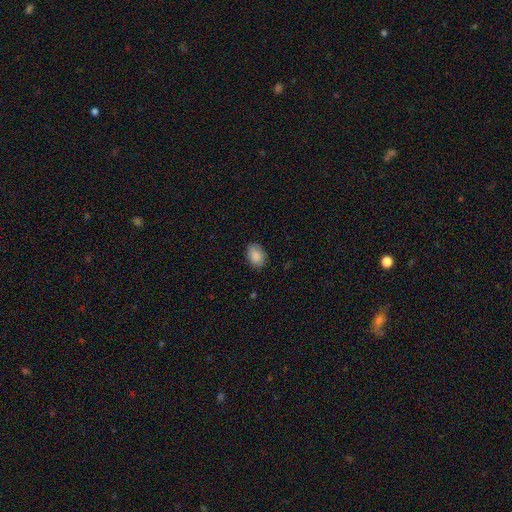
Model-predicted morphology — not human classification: A smooth galaxy with no disk features (88%) that is in between round and cigar-shaped (82%).

Vote fractions:
- Smooth or featured? smooth: 88% / star or artifact: 7% / featured or disk: 5%
- How rounded? in between: 82% / round: 17% / cigar-shaped: 1%
- Merging? none: 82% / minor disturbance: 14% / major disturbance: 3% / merger: 1%